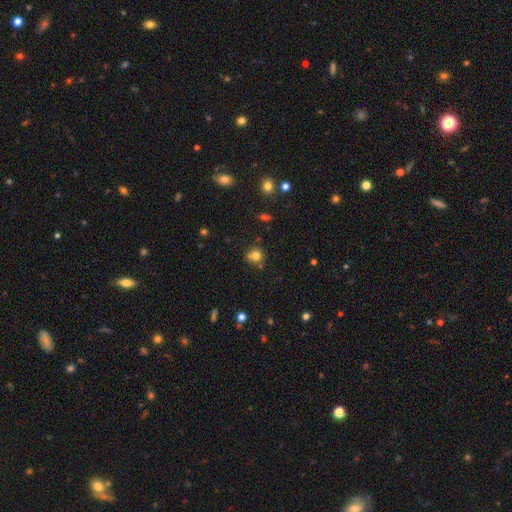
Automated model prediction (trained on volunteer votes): This is likely a smooth galaxy (76%). How rounded: likely round (80%). Merging: likely none (61%).